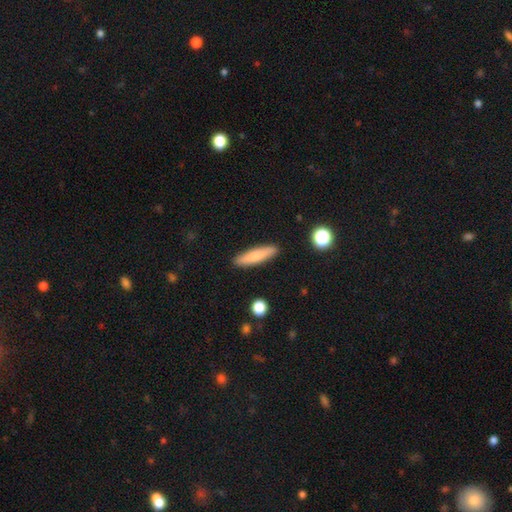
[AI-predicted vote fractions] Morphology: type=smooth (77%); roundness=cigar-shaped (80%); merging=none (90%).